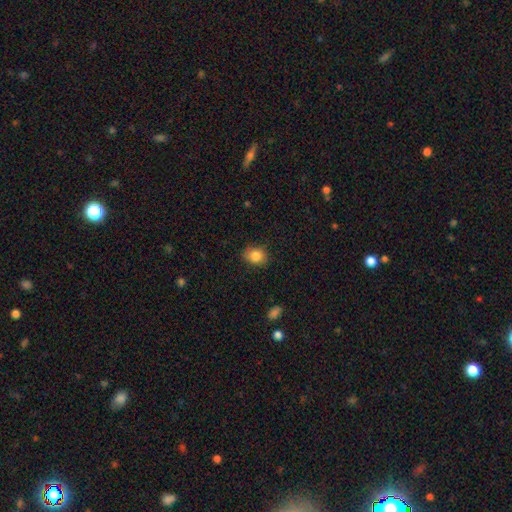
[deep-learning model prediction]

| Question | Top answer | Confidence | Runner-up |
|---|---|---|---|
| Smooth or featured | smooth | 85% | star or artifact (9%) |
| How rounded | round | 55% | in between (44%) |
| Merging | none | 83% | minor disturbance (13%) |